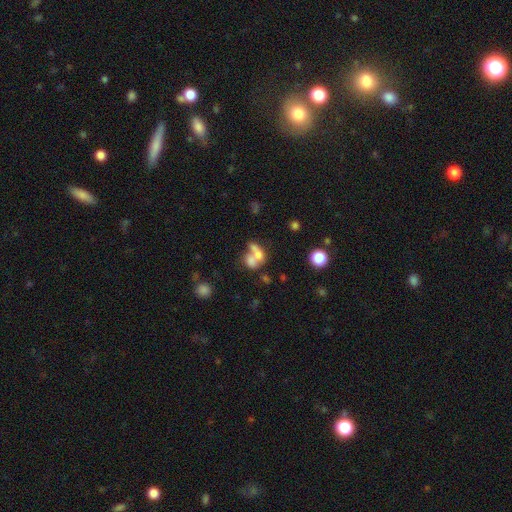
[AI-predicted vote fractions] Q: Smooth or featured?
A: smooth (62%); runner-up: featured or disk (25%)
Q: How rounded?
A: in between (60%); runner-up: round (35%)
Q: Merging?
A: merger (66%); runner-up: none (19%)